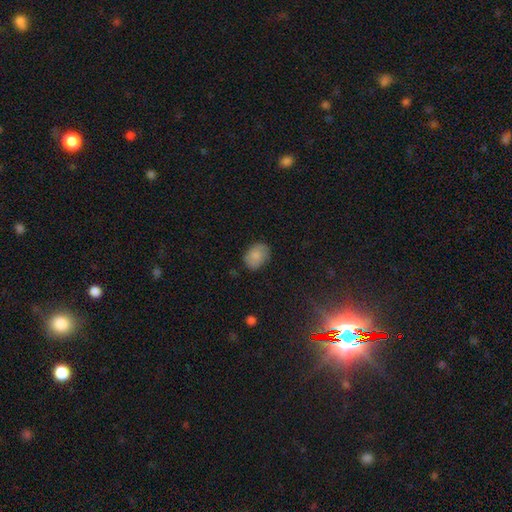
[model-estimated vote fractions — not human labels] Overall: smooth (81%). How rounded: in between (67%; round 32%). Merging: none (77%).